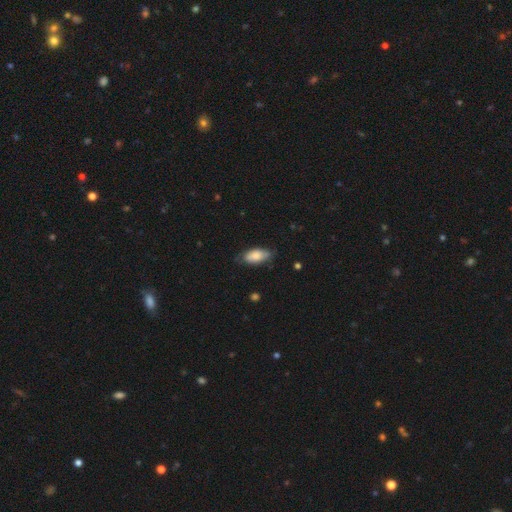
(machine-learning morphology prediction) Q: Smooth or featured?
A: smooth (78%); runner-up: featured or disk (16%)
Q: How rounded?
A: in between (89%); runner-up: cigar-shaped (8%)
Q: Merging?
A: none (70%); runner-up: minor disturbance (24%)